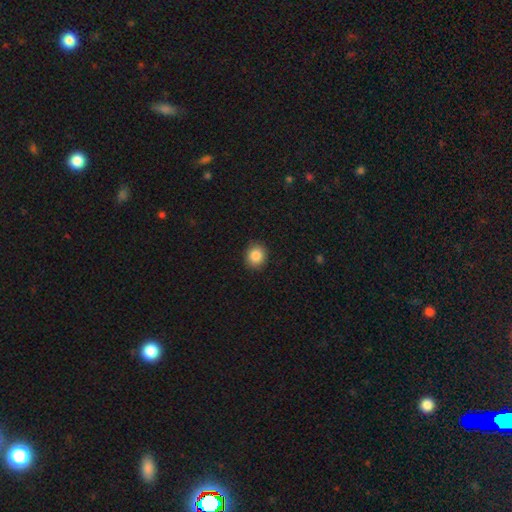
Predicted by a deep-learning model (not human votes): Smooth or featured?
  - smooth: 86% *
  - star or artifact: 9%
  - featured or disk: 4%
How rounded?
  - round: 81% *
  - in between: 18%
  - cigar-shaped: 1%
Merging?
  - none: 90% *
  - minor disturbance: 7%
  - major disturbance: 2%
  - merger: 1%